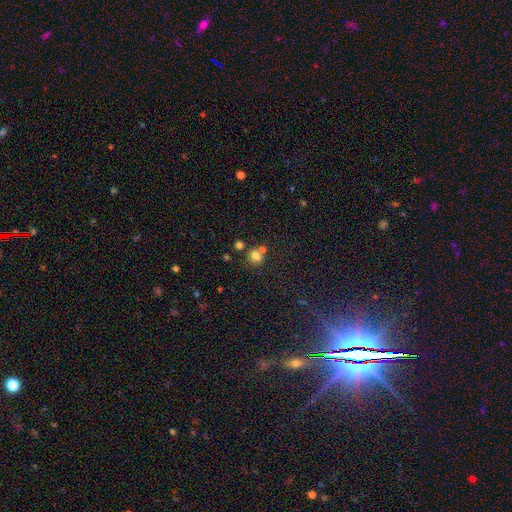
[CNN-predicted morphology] The model was most divided on "merging": none: 58%, merger: 28%, minor disturbance: 10%, major disturbance: 4%. More confident: how rounded — round (80%); smooth or featured — smooth (75%).